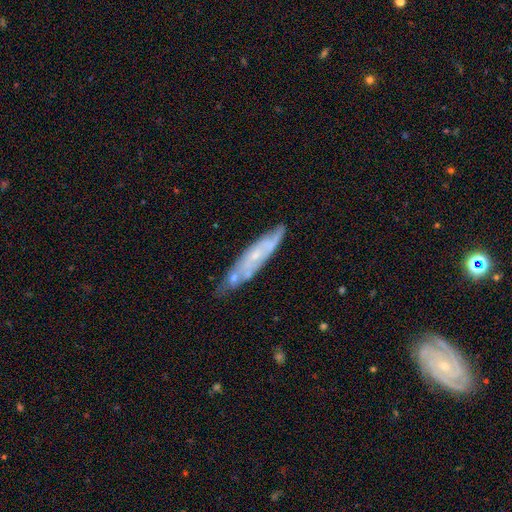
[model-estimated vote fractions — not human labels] Morphology: type=featured or disk (62%); edge-on=no (60%); merging=none (62%).